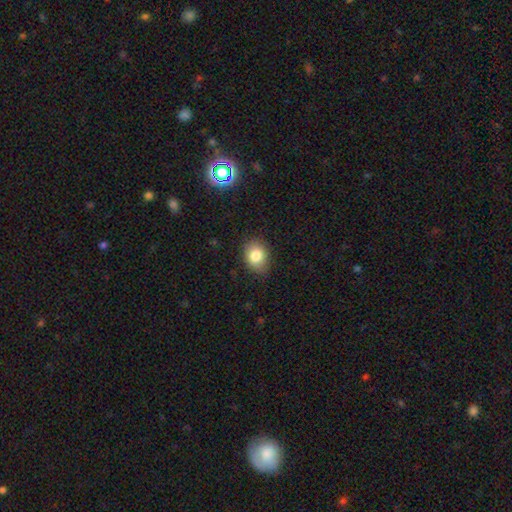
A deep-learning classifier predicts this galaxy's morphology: Smooth or featured? smooth (83%)
How rounded? in between (63%)
Merging? none (82%)